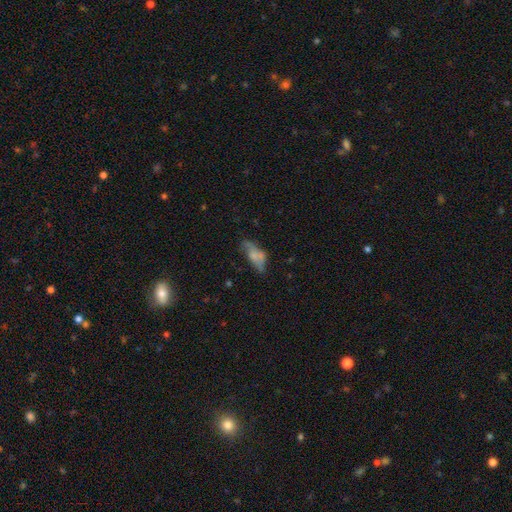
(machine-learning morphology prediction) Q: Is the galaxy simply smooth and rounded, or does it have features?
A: smooth — 55%.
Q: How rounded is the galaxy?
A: in between — 81%.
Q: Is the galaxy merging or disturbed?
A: none — 35%.